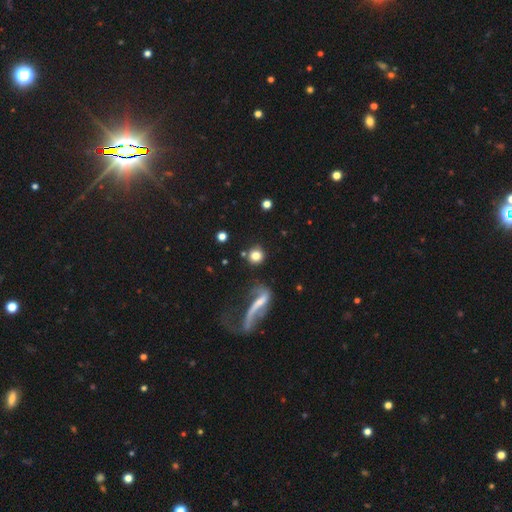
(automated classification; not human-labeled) Overall: smooth (77%). How rounded: round (90%). Merging: none (75%).